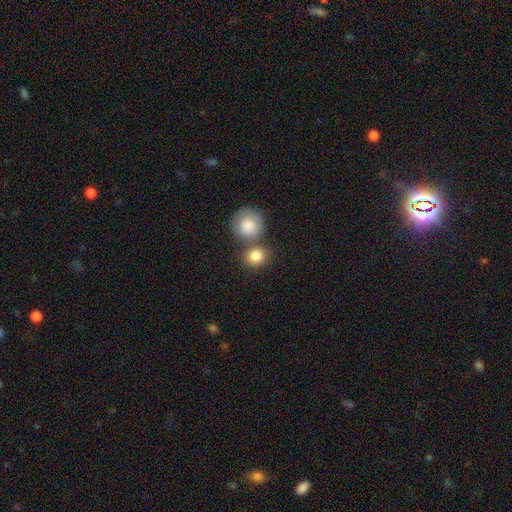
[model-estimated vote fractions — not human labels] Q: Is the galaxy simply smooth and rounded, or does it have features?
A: smooth — 84%.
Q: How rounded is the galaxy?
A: round — 82%.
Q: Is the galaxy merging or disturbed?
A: none — 55%.